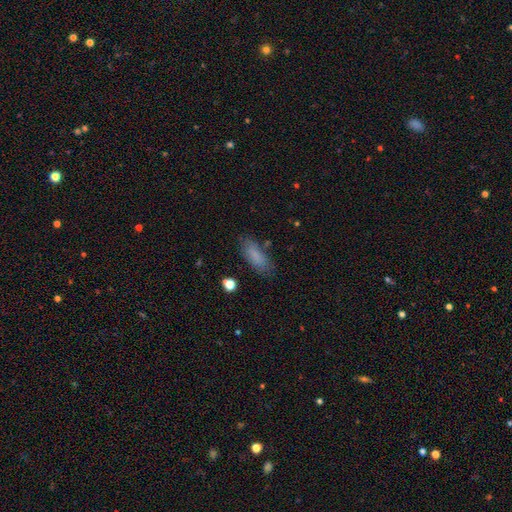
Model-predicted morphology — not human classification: A smooth galaxy with no disk features (80%) that is in between round and cigar-shaped (71%). Merging: none (78%).